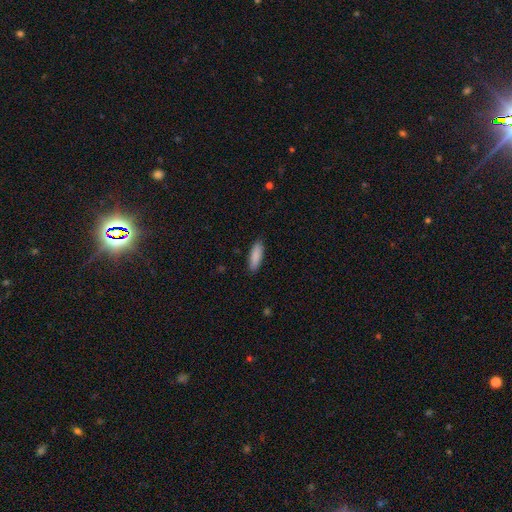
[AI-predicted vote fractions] Smooth or featured: smooth — 89% (featured or disk — 6%)
How rounded: in between — 52% (cigar-shaped — 46%)
Merging: none — 88% (minor disturbance — 9%)